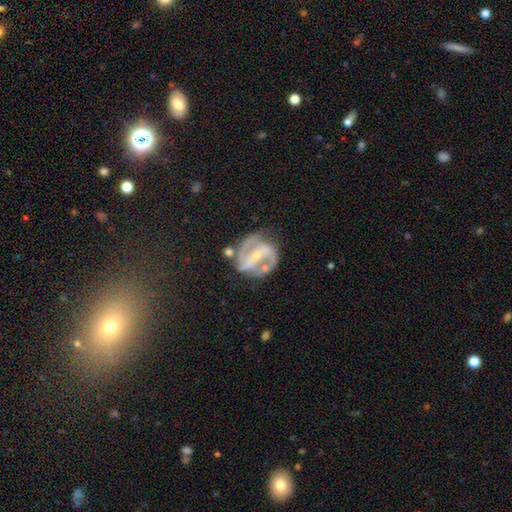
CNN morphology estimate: Q: Smooth or featured?
A: featured or disk (87%); runner-up: smooth (7%)
Q: Edge-on disk?
A: no (97%); runner-up: yes (3%)
Q: Bar?
A: strong (62%); runner-up: weak (24%)
Q: Spiral arms?
A: yes (93%); runner-up: no (7%)
Q: Spiral winding?
A: medium (51%); runner-up: tight (32%)
Q: Spiral arm count?
A: 2 (86%); runner-up: can't tell (5%)
Q: Bulge size?
A: small (64%); runner-up: moderate (33%)
Q: Merging?
A: none (67%); runner-up: minor disturbance (19%)